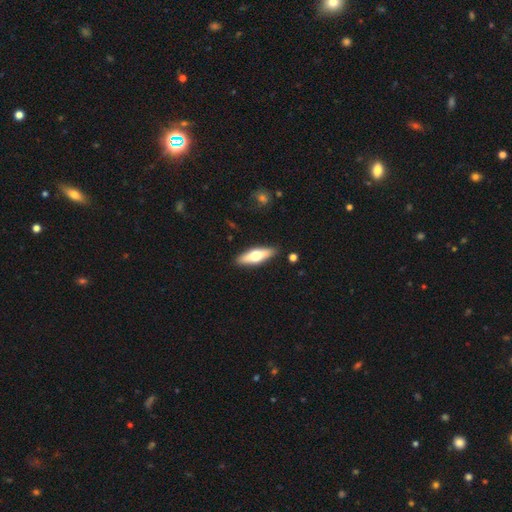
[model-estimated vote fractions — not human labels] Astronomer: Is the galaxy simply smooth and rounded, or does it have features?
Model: smooth — 50% (runner-up: featured or disk, 44%).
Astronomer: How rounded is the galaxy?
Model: cigar-shaped — 52% (runner-up: in between, 46%).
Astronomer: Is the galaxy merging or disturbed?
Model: none — 88%.